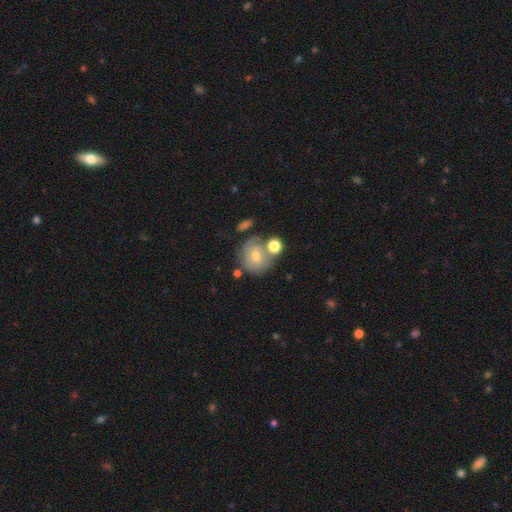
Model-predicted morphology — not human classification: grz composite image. It shows a smooth galaxy with no disk features (50%) that is round (79%). Merging: none (53%).